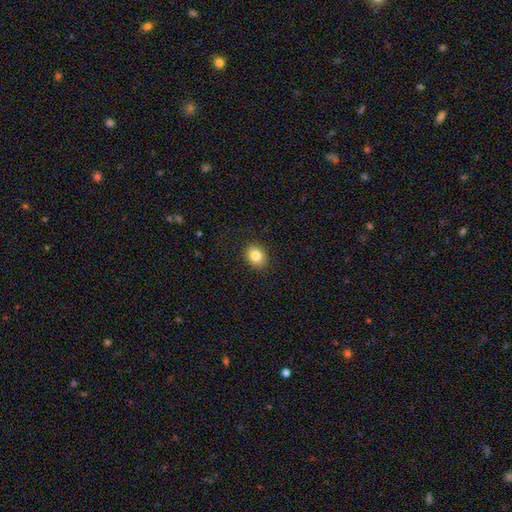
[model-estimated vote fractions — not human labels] This is clearly a smooth galaxy (83%). How rounded: likely round (63%). Merging: clearly none (89%).